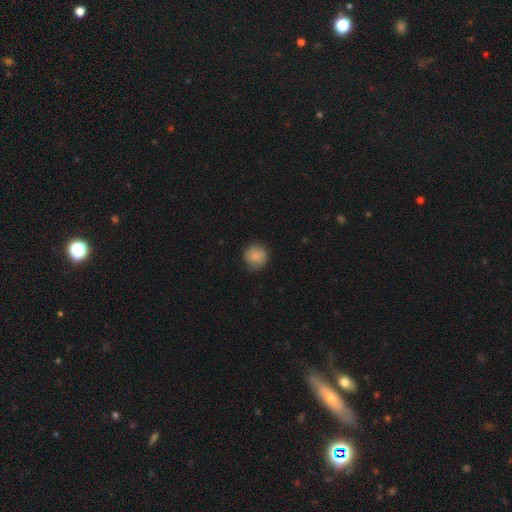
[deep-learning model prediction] Overall: smooth (83%). How rounded: round (91%). Merging: none (77%).